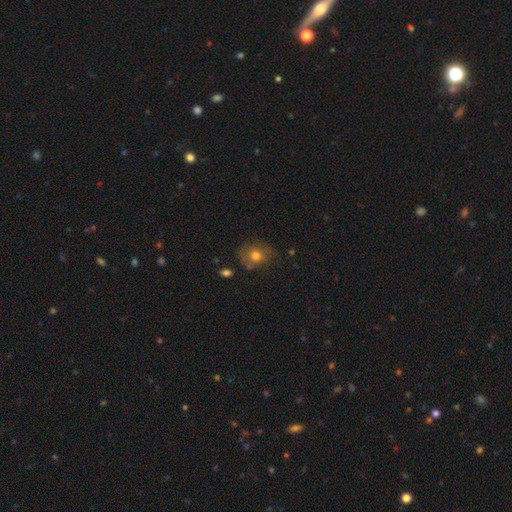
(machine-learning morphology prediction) smooth-or-featured: smooth: 71% | featured or disk: 17% | star or artifact: 11%
  how-rounded: round: 59% | in between: 40% | cigar-shaped: 1%
  merging: none: 67% | minor disturbance: 21% | major disturbance: 7% | merger: 6%